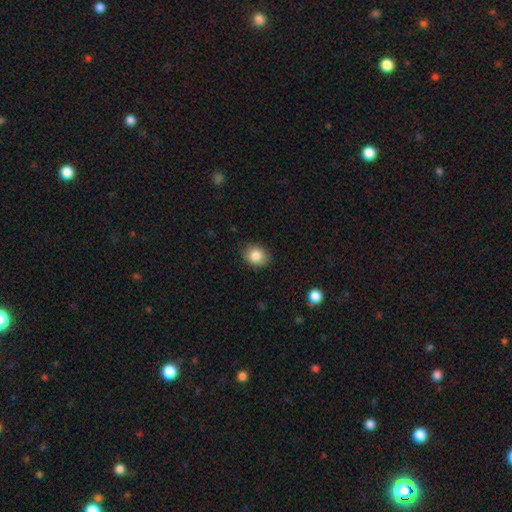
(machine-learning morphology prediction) This is clearly a smooth galaxy (85%). How rounded: likely round (62%). Merging: clearly none (85%).